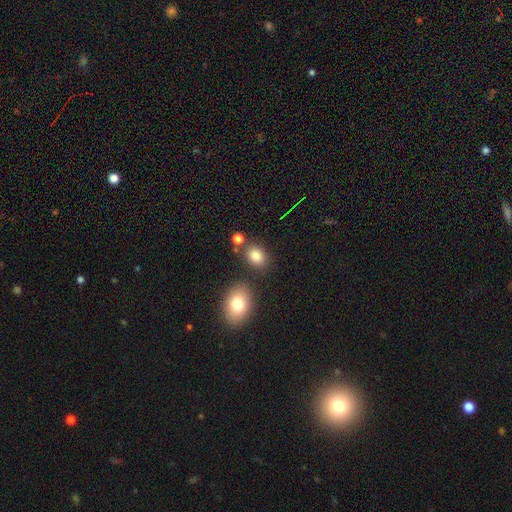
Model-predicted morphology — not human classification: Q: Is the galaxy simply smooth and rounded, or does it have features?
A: smooth — 83%.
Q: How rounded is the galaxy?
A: in between — 72%.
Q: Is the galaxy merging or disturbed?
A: none — 74%.